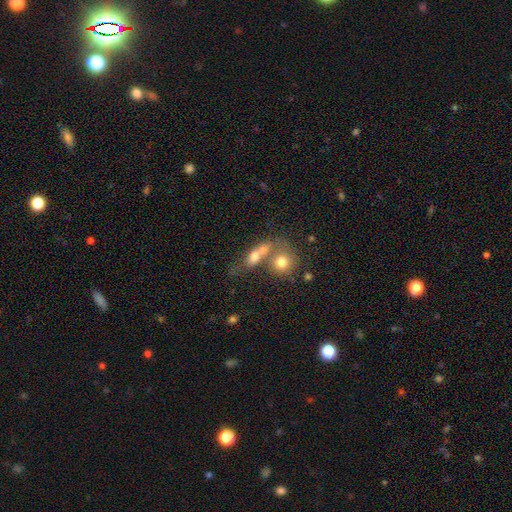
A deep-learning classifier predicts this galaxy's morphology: A smooth galaxy with no disk features (60%) that is in between round and cigar-shaped (49%). Merging: merger (57%).